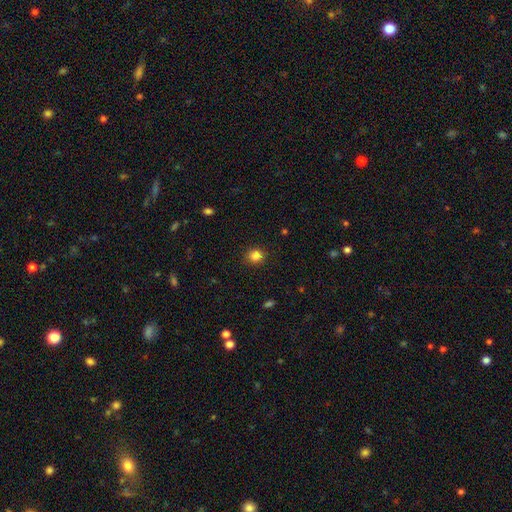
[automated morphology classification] smooth-or-featured: smooth: 84% | star or artifact: 12% | featured or disk: 4%
  how-rounded: round: 84% | in between: 15% | cigar-shaped: 1%
  merging: none: 89% | minor disturbance: 8% | major disturbance: 2% | merger: 1%